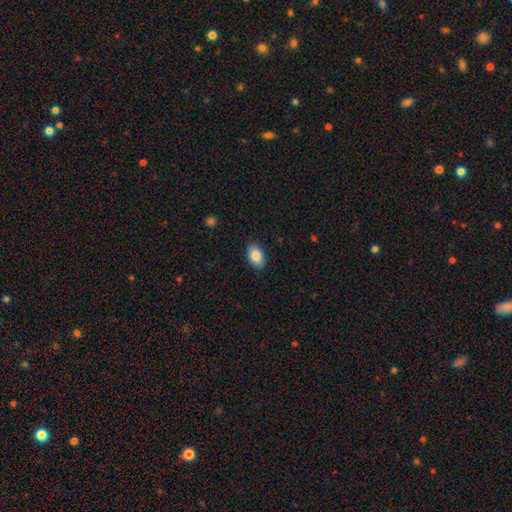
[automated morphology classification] Smooth or featured? smooth (86%)
How rounded? in between (90%)
Merging? none (88%)